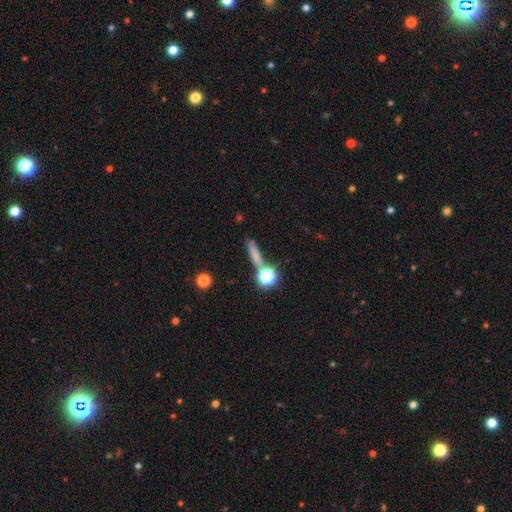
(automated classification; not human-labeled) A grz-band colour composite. It shows a smooth galaxy with no disk features (66%) that is cigar-shaped (71%). Merging: none (68%).